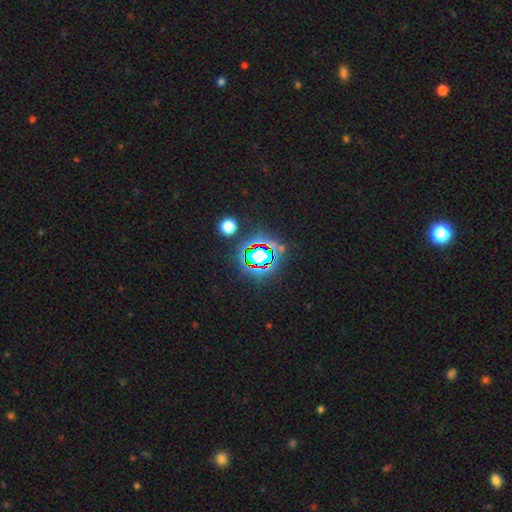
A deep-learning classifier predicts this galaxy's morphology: smooth_or_featured: star or artifact (p=0.75) [alt: smooth p=0.15]